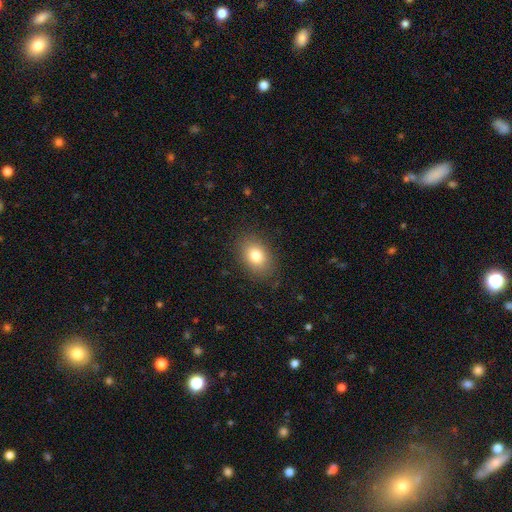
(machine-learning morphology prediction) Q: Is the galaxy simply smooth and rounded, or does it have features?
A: smooth — 80%.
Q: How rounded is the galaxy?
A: in between — 77%.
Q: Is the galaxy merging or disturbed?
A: none — 84%.